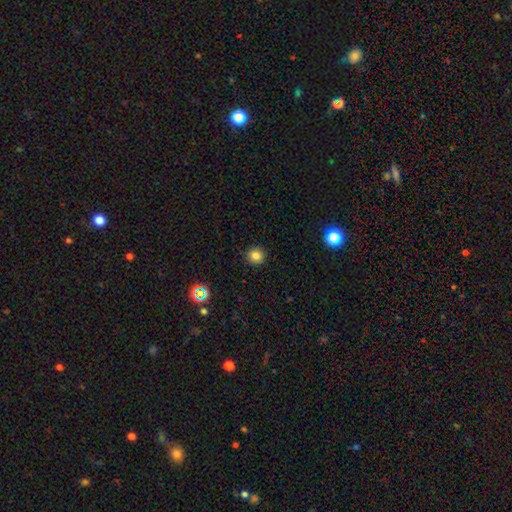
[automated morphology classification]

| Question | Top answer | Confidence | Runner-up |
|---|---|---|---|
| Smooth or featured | smooth | 79% | star or artifact (14%) |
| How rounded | round | 91% | in between (8%) |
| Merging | none | 91% | minor disturbance (6%) |